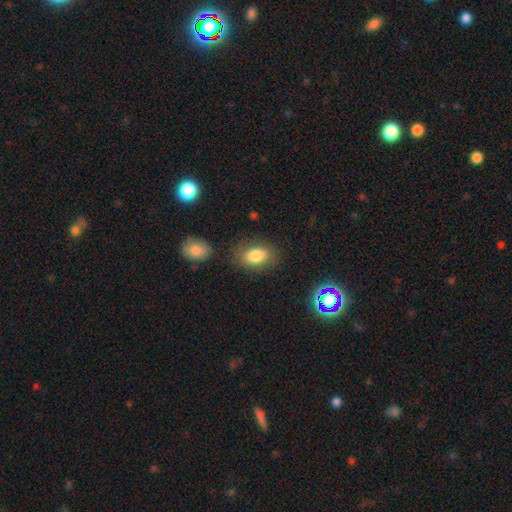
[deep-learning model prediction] This is clearly a smooth galaxy (82%). How rounded: clearly in between (81%). Merging: likely none (78%).